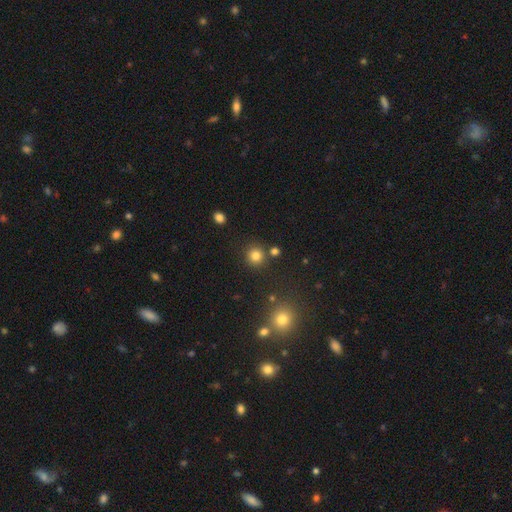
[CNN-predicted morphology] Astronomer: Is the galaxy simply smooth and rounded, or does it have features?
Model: smooth — 80%.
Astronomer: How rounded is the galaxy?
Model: round — 93%.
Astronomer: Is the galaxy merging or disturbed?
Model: none — 85%.